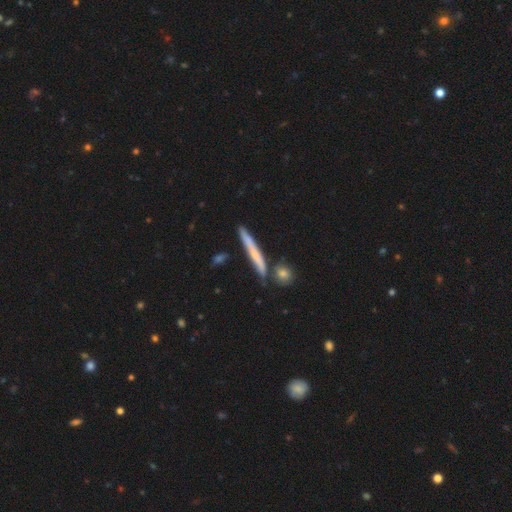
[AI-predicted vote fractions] A smooth galaxy with no disk features (53%) that is cigar-shaped (94%). Merging: none (76%).